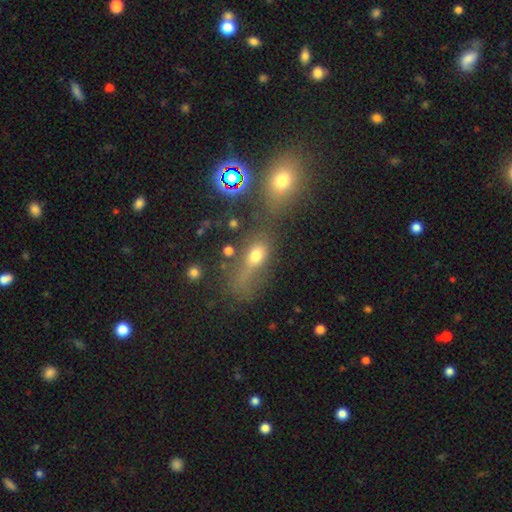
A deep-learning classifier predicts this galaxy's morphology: A smooth galaxy with no disk features (63%) that is in between round and cigar-shaped (64%).

Vote fractions:
- Smooth or featured? smooth: 63% / star or artifact: 20% / featured or disk: 17%
- How rounded? in between: 64% / round: 26% / cigar-shaped: 10%
- Merging? none: 36% / merger: 26% / major disturbance: 21% / minor disturbance: 17%